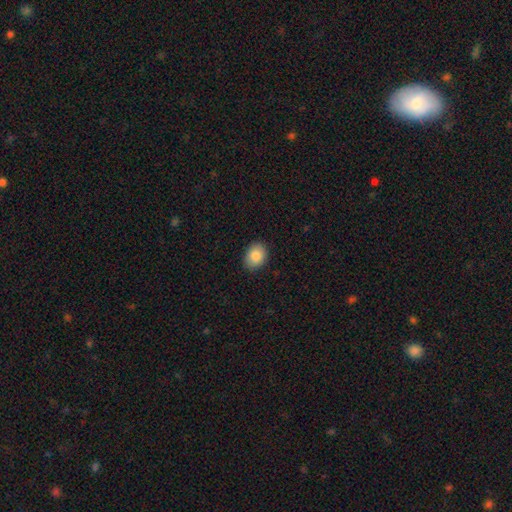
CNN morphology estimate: smooth 86%, star or artifact 8%, featured or disk 6%. Down the decision tree: how rounded — in between (69%); merging — none (88%).